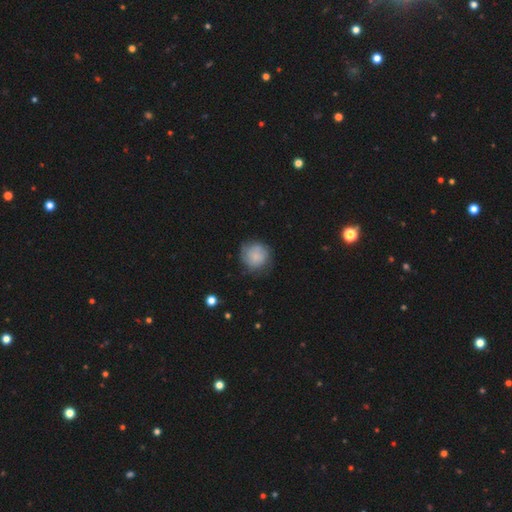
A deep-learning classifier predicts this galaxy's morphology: smooth_or_featured: smooth (p=0.63) [alt: featured or disk p=0.29]
how_rounded: round (p=0.90) [alt: in between p=0.09]
merging: none (p=0.68) [alt: minor disturbance p=0.23]